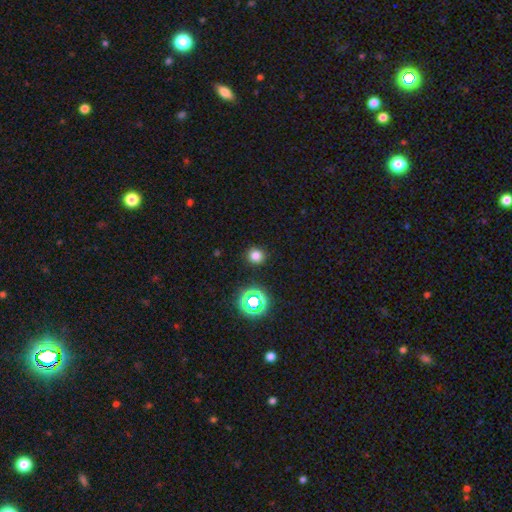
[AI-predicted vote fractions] Overall: smooth (75%). How rounded: round (90%). Merging: none (90%).